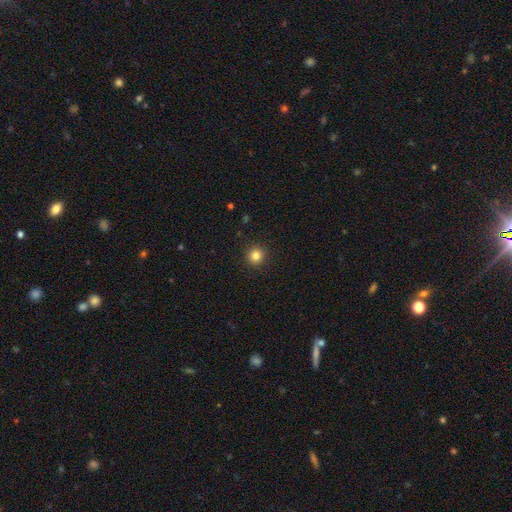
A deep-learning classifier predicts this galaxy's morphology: A smooth galaxy with no disk features (83%) that is round (95%). Merging: none (93%).